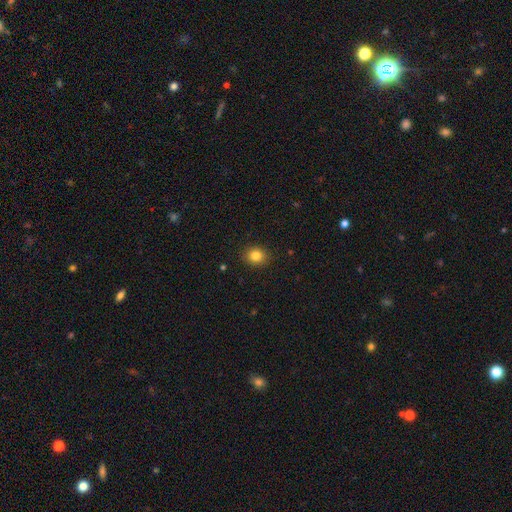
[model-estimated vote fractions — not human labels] Morphology: type=smooth (83%); roundness=round (69%); merging=none (89%).